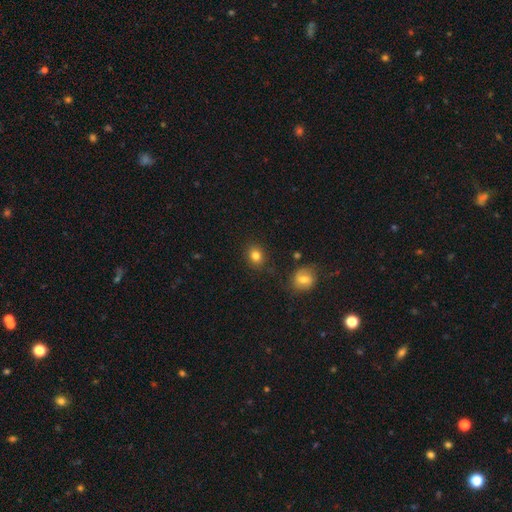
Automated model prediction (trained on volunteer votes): Smooth or featured: smooth — 82% (star or artifact — 12%)
How rounded: round — 67% (in between — 32%)
Merging: none — 85% (minor disturbance — 10%)